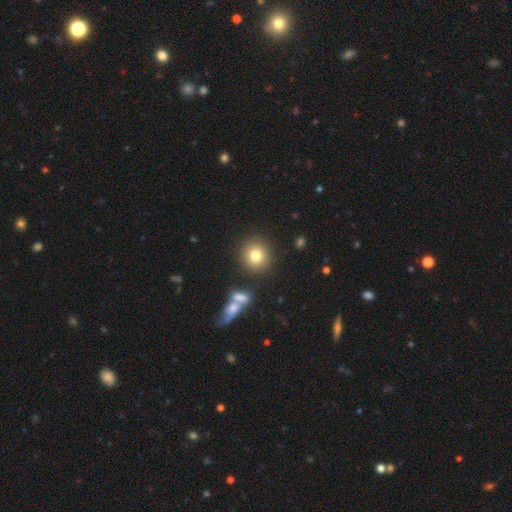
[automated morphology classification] Q: Smooth or featured?
A: smooth (79%); runner-up: star or artifact (11%)
Q: How rounded?
A: round (90%); runner-up: in between (9%)
Q: Merging?
A: none (84%); runner-up: minor disturbance (7%)